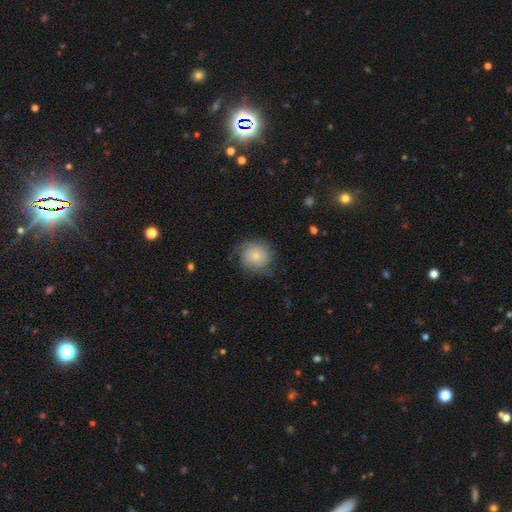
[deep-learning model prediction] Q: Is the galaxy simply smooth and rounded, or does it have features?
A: smooth — 57%.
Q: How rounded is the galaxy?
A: round — 84%.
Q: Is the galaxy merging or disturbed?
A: none — 63%.